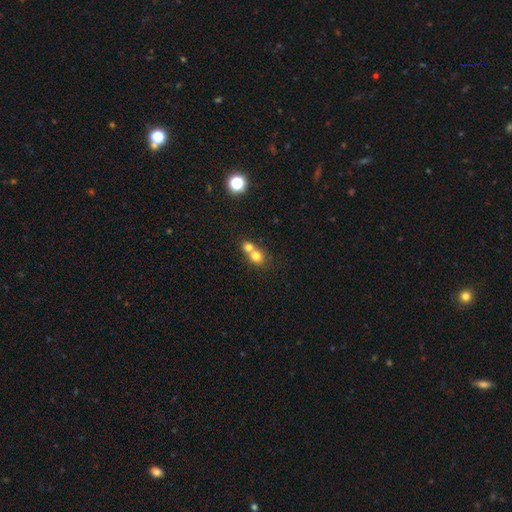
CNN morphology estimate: Q: Smooth or featured?
A: smooth (75%); runner-up: featured or disk (14%)
Q: How rounded?
A: round (77%); runner-up: in between (22%)
Q: Merging?
A: merger (64%); runner-up: none (29%)